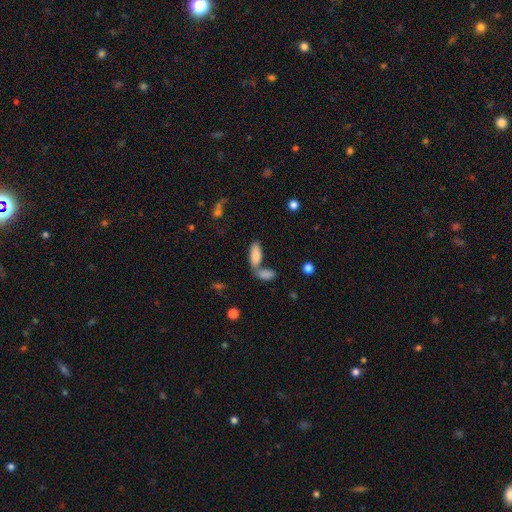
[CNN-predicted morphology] type=smooth (84%); roundness=in between (82%); merging=merger (46%).